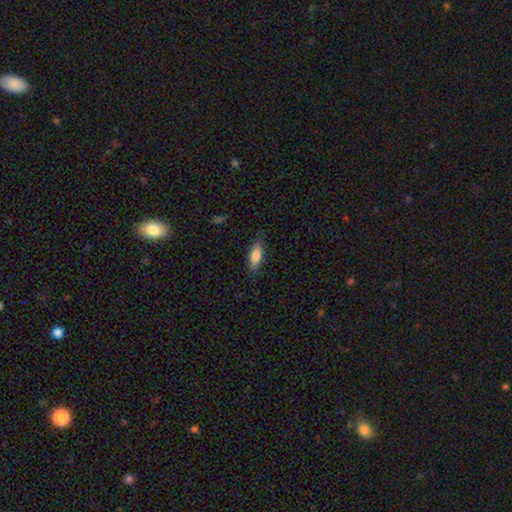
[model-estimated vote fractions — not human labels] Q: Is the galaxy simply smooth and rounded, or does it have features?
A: smooth — 82%.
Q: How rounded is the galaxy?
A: in between — 73%.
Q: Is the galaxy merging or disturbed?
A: none — 80%.